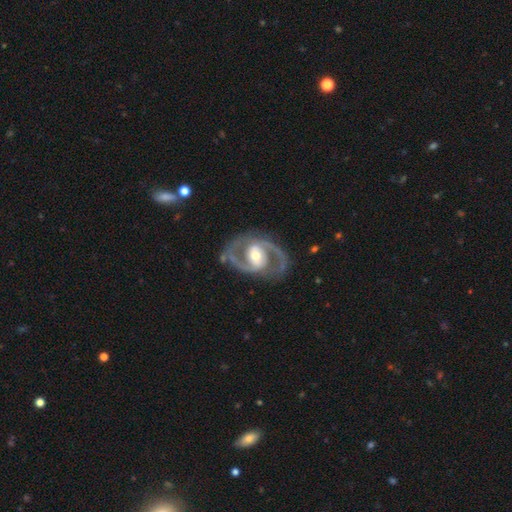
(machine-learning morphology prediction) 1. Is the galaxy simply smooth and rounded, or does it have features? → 90% featured or disk, 6% smooth, 4% star or artifact.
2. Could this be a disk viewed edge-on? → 97% no, 3% yes.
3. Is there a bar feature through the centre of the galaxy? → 38% weak, 31% strong, 31% no.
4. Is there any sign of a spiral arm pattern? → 95% yes, 5% no.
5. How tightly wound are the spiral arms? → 63% medium, 19% tight, 18% loose.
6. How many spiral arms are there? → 93% 2, 2% can't tell, 2% 1, 1% 3, 1% 4, 1% more than 4.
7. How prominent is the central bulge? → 67% moderate, 19% small, 11% large, 1% dominant, 1% none.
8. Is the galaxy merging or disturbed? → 80% none, 12% minor disturbance, 6% major disturbance, 2% merger.